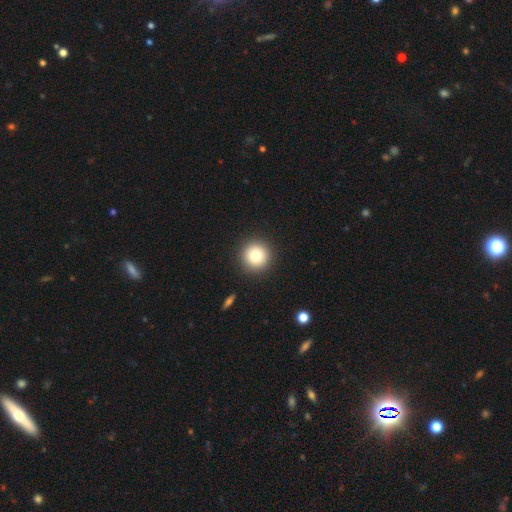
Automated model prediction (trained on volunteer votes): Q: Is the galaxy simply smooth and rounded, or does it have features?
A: smooth — 78%.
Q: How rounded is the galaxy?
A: round — 96%.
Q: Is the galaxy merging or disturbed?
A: none — 91%.